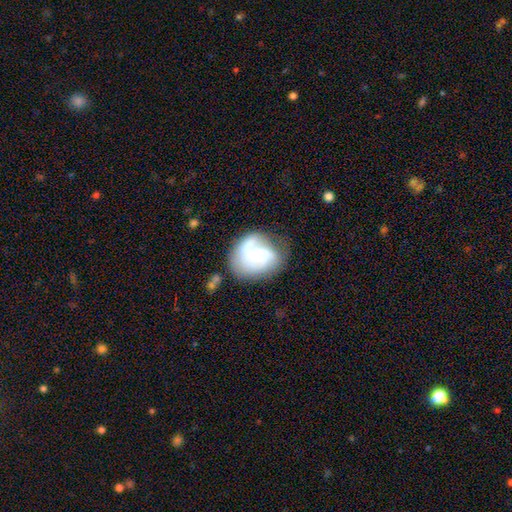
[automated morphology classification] smooth_or_featured: featured or disk (p=0.67) [alt: smooth p=0.26]
disk_edge_on: no (p=0.98) [alt: yes p=0.02]
bar: no (p=0.71) [alt: weak p=0.25]
has_spiral_arms: yes (p=0.86) [alt: no p=0.14]
spiral_winding: medium (p=0.42) [alt: tight p=0.37]
spiral_arm_count: 2 (p=0.40) [alt: can't tell p=0.20]
bulge_size: small (p=0.58) [alt: moderate p=0.33]
merging: none (p=0.55) [alt: minor disturbance p=0.24]